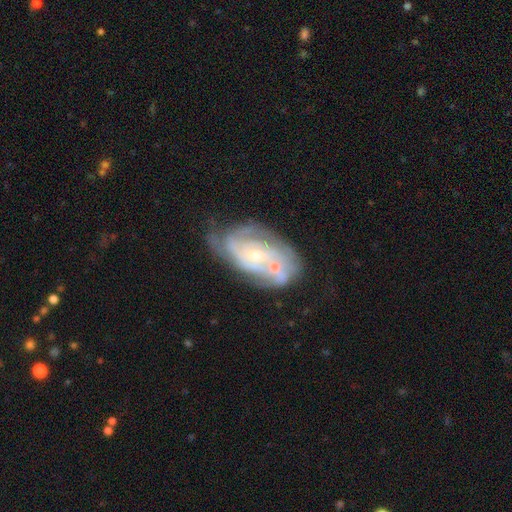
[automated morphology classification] Smooth or featured?
  - featured or disk: 81% *
  - smooth: 13%
  - star or artifact: 7%
Edge-on disk?
  - no: 96% *
  - yes: 4%
Bar?
  - no: 62% *
  - weak: 30%
  - strong: 7%
Spiral arms?
  - yes: 90% *
  - no: 10%
Spiral winding?
  - tight: 60% *
  - medium: 32%
  - loose: 9%
Spiral arm count?
  - can't tell: 38% *
  - 2: 23%
  - 3: 21%
  - 4: 9%
  - 1: 4%
  - more than 4: 4%
Bulge size?
  - small: 57% *
  - moderate: 37%
  - none: 2%
  - large: 2%
  - dominant: 1%
Merging?
  - none: 39% *
  - merger: 27%
  - minor disturbance: 22%
  - major disturbance: 13%